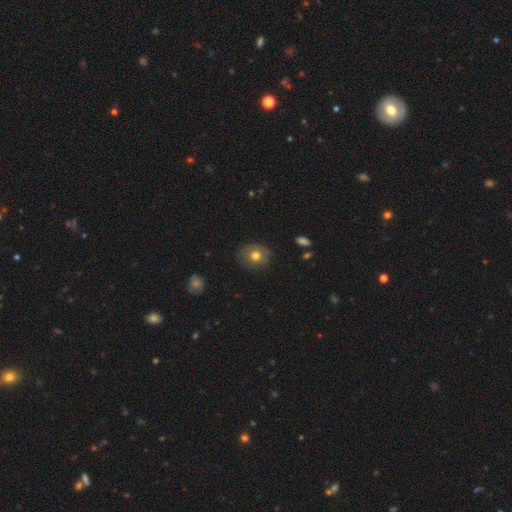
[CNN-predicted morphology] The model was most divided on "how rounded": round: 69%, in between: 30%, cigar-shaped: 1%. More confident: merging — none (81%); smooth or featured — smooth (74%).